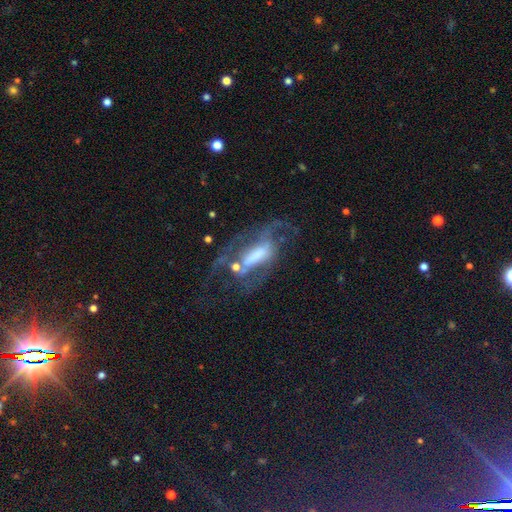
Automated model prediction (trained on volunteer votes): smooth_or_featured: featured or disk (p=0.72) [alt: smooth p=0.18]
disk_edge_on: no (p=0.89) [alt: yes p=0.11]
bar: strong (p=0.45) [alt: weak p=0.29]
has_spiral_arms: yes (p=0.71) [alt: no p=0.29]
bulge_size: moderate (p=0.28) [alt: large p=0.27]
merging: major disturbance (p=0.42) [alt: none p=0.31]